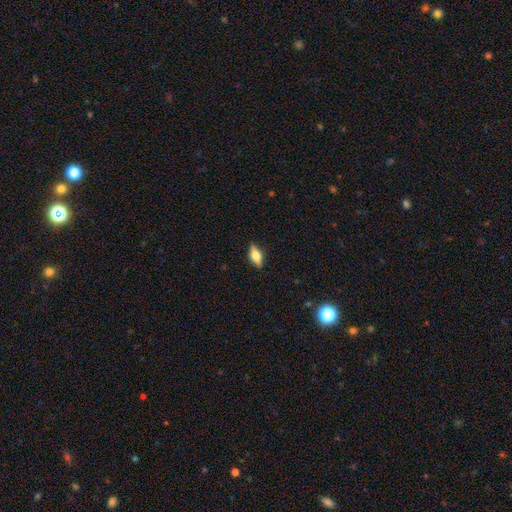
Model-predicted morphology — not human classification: Smooth or featured?
  - smooth: 54% *
  - featured or disk: 39%
  - star or artifact: 8%
How rounded?
  - in between: 77% *
  - cigar-shaped: 19%
  - round: 4%
Merging?
  - none: 85% *
  - minor disturbance: 11%
  - major disturbance: 2%
  - merger: 1%